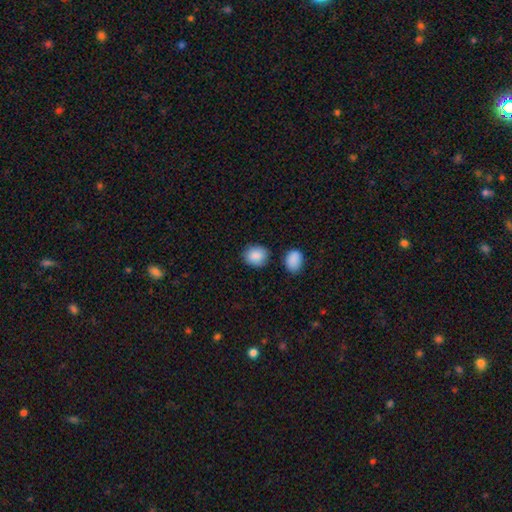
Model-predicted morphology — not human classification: Overall: smooth (88%). How rounded: round (64%; in between 35%). Merging: none (79%).